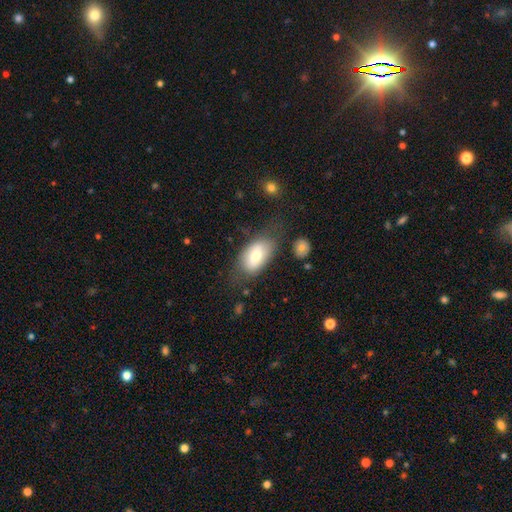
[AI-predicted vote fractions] smooth 67%, featured or disk 25%, star or artifact 7%. Down the decision tree: how rounded — in between (92%); merging — none (59%).